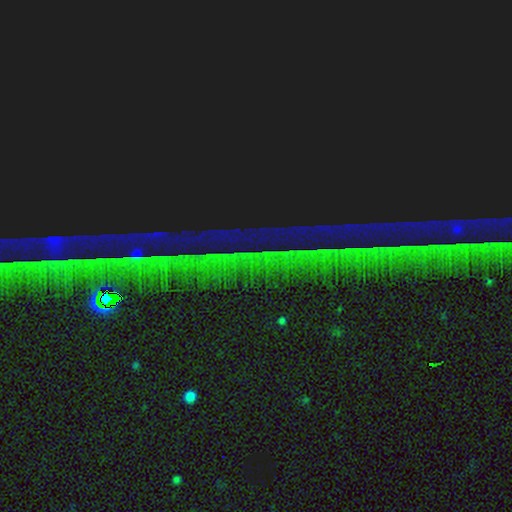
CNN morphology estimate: A star or artifact, not a galaxy (86%).

Vote fractions:
- Smooth or featured? star or artifact: 86% / featured or disk: 7% / smooth: 7%